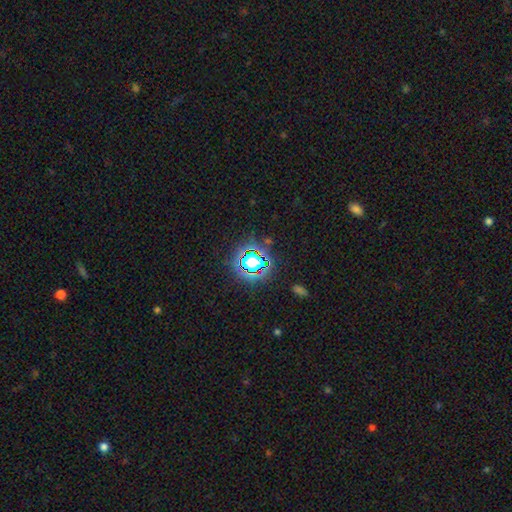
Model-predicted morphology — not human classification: star or artifact 77%, smooth 15%, featured or disk 9%.